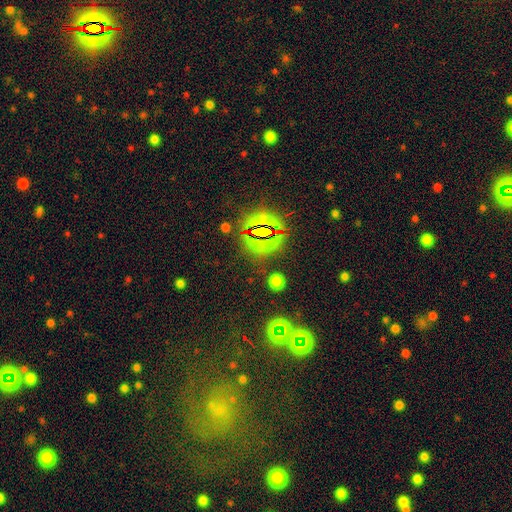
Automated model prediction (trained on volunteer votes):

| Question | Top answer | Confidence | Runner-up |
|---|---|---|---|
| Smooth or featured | star or artifact | 69% | smooth (18%) |